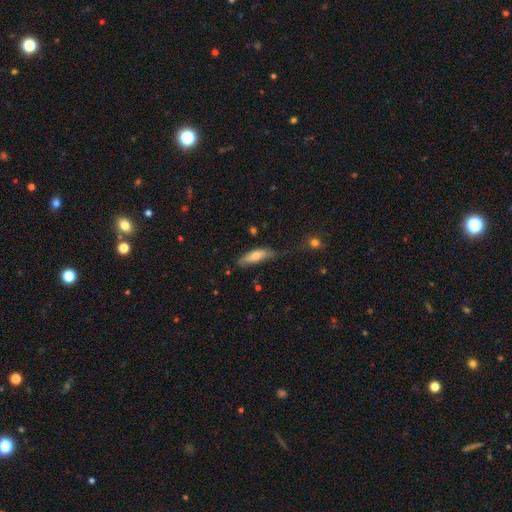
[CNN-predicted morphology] Smooth or featured: smooth — 73% (featured or disk — 21%)
How rounded: in between — 57% (cigar-shaped — 41%)
Merging: none — 50% (minor disturbance — 34%)